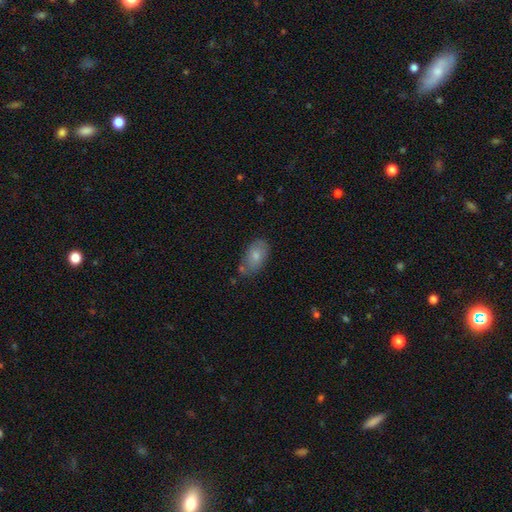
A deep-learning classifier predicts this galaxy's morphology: A smooth galaxy with no disk features (77%) that is in between round and cigar-shaped (92%). Merging: none (67%).